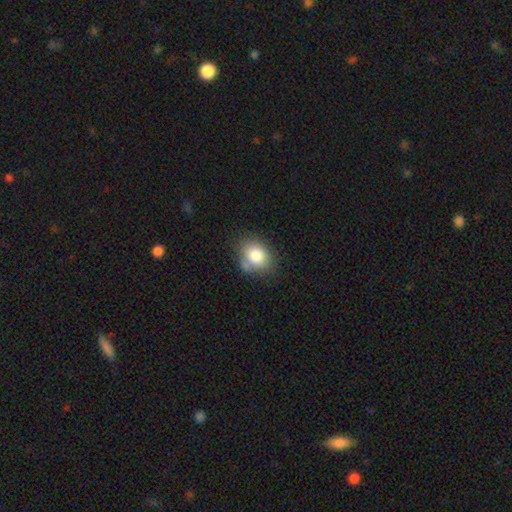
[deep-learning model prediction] Smooth or featured: smooth — 81% (featured or disk — 10%)
How rounded: round — 52% (in between — 47%)
Merging: none — 65% (minor disturbance — 20%)